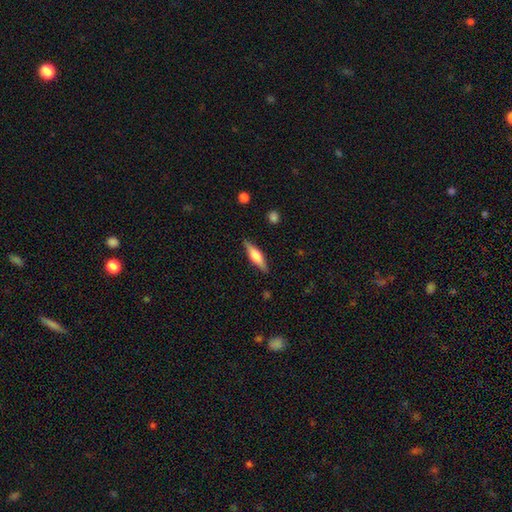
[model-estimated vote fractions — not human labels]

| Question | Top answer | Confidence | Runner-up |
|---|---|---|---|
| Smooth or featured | featured or disk | 56% | smooth (38%) |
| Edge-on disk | yes | 96% | no (4%) |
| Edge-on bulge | rounded | 85% | boxy (11%) |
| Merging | none | 87% | minor disturbance (9%) |